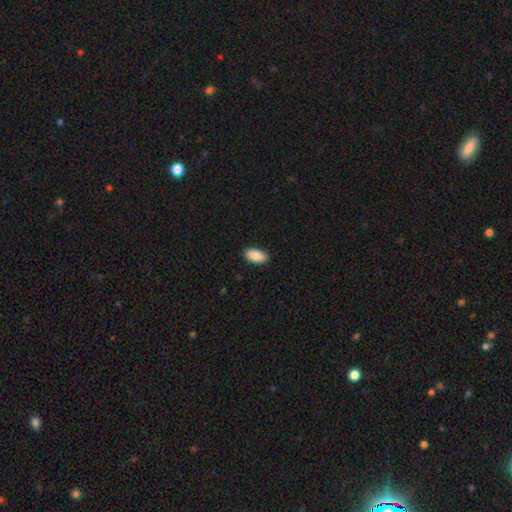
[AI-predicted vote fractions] Smooth or featured? Predicted: smooth (p=0.89). How rounded? Predicted: in between (p=0.94). Merging? Predicted: none (p=0.89).